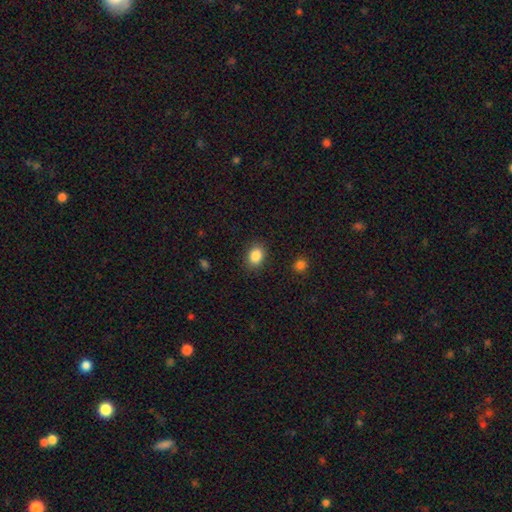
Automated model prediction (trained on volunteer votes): Smooth or featured? smooth (87%)
How rounded? in between (68%)
Merging? none (87%)